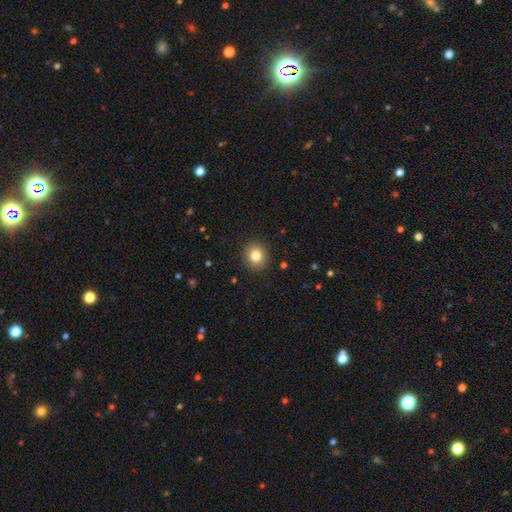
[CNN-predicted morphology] type=smooth (82%); roundness=round (83%); merging=none (91%).